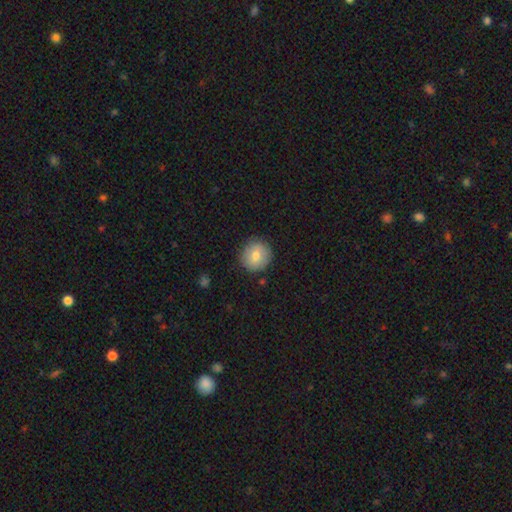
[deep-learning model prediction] Morphology: type=smooth (75%); roundness=round (89%); merging=none (87%).